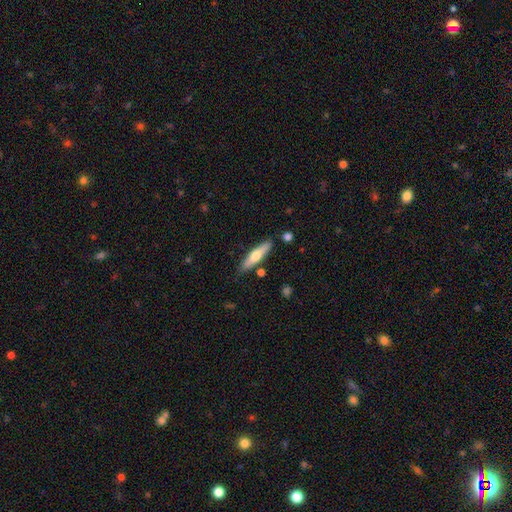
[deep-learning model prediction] Smooth or featured? Predicted: smooth (p=0.50). Merging? Predicted: none (p=0.84).